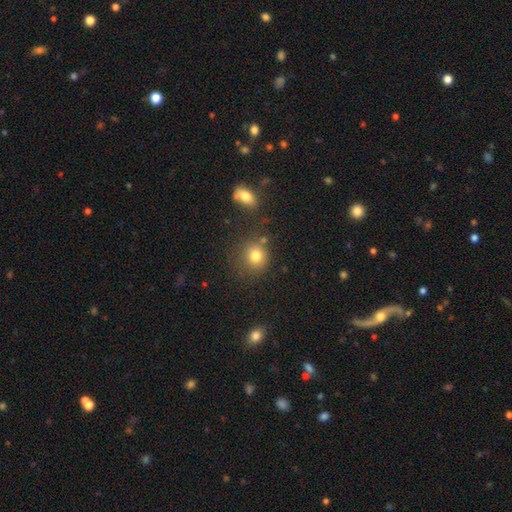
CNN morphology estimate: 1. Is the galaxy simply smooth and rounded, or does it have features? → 79% smooth, 13% star or artifact, 8% featured or disk.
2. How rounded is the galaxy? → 82% round, 17% in between, 1% cigar-shaped.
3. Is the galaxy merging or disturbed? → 73% none, 14% minor disturbance, 9% merger, 5% major disturbance.